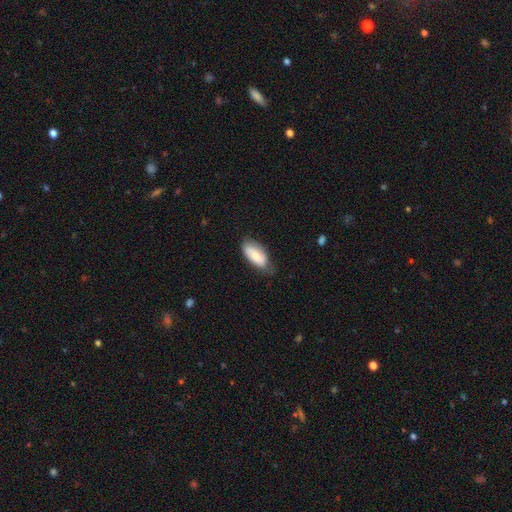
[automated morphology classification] smooth 76%, featured or disk 17%, star or artifact 6%. Down the decision tree: how rounded — in between (91%); merging — none (64%).